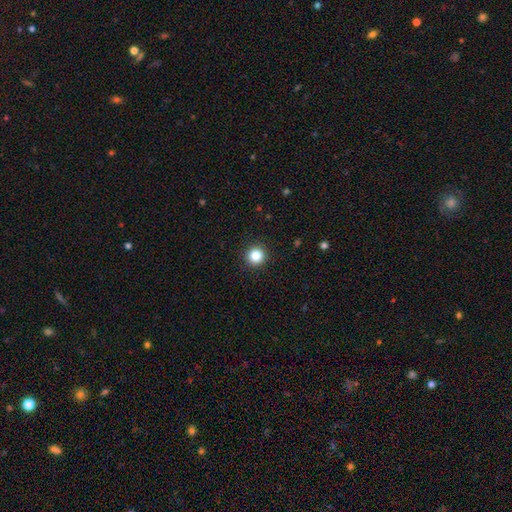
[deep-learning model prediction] A smooth galaxy with no disk features (84%) that is round (95%). Merging: none (93%).